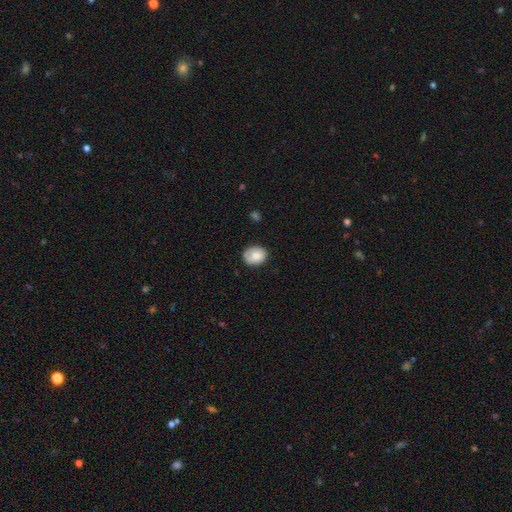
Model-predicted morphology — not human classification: The model was most divided on "how rounded": in between: 50%, round: 49%, cigar-shaped: 1%. More confident: smooth or featured — smooth (82%); merging — none (74%).